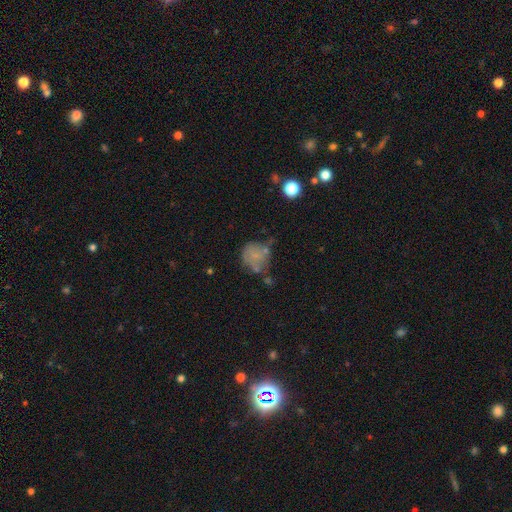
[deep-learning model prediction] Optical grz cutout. It shows a smooth galaxy with no disk features (60%) that is round (77%). Merging: none (40%).